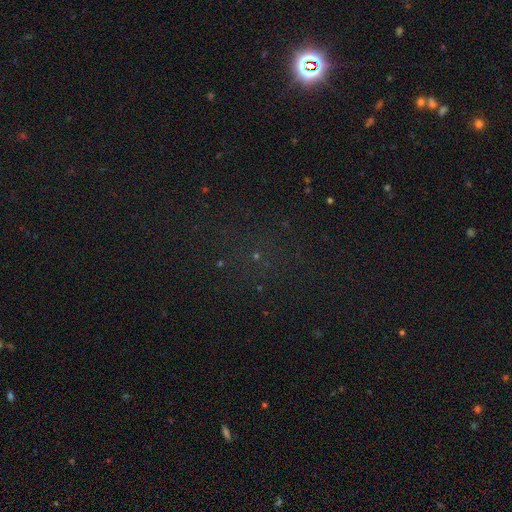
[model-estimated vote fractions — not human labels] smooth-or-featured: star or artifact: 70% | smooth: 21% | featured or disk: 9%